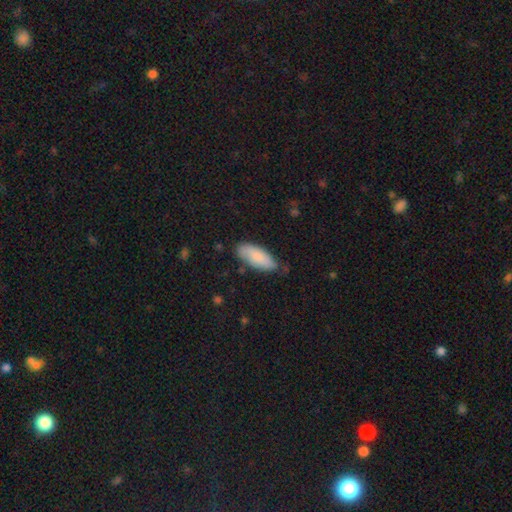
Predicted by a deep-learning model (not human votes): smooth-or-featured: smooth: 79% | featured or disk: 15% | star or artifact: 6%
  how-rounded: in between: 81% | cigar-shaped: 17% | round: 2%
  merging: none: 70% | minor disturbance: 24% | major disturbance: 4% | merger: 2%